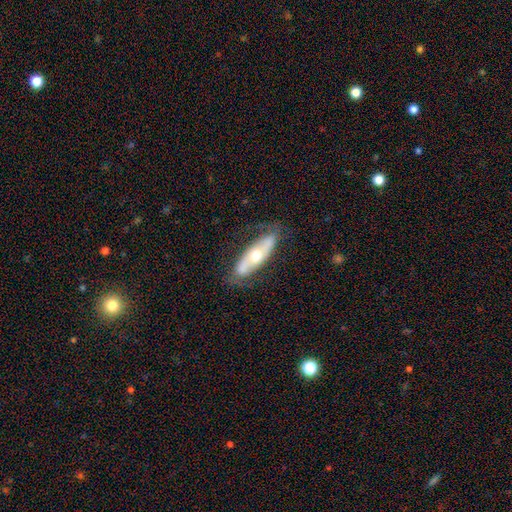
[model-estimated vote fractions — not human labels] Q: Smooth or featured?
A: featured or disk (62%); runner-up: smooth (33%)
Q: Edge-on disk?
A: no (71%); runner-up: yes (29%)
Q: Merging?
A: none (74%); runner-up: minor disturbance (17%)